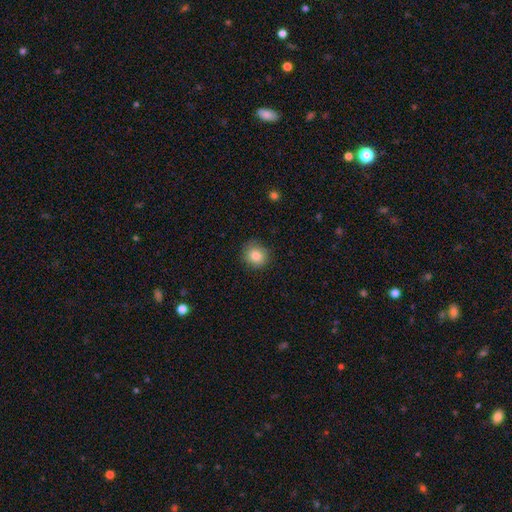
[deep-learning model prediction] A smooth galaxy with no disk features (84%) that is round (83%).

Vote fractions:
- Smooth or featured? smooth: 84% / star or artifact: 9% / featured or disk: 7%
- How rounded? round: 83% / in between: 16% / cigar-shaped: 1%
- Merging? none: 85% / minor disturbance: 11% / major disturbance: 3% / merger: 1%